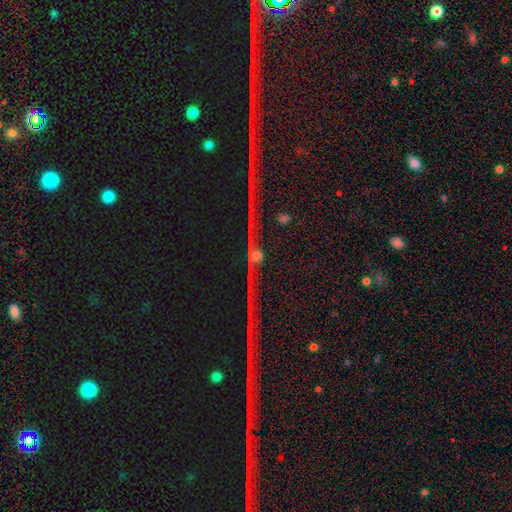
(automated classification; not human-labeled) smooth_or_featured: star or artifact (p=0.50) [alt: featured or disk p=0.36]